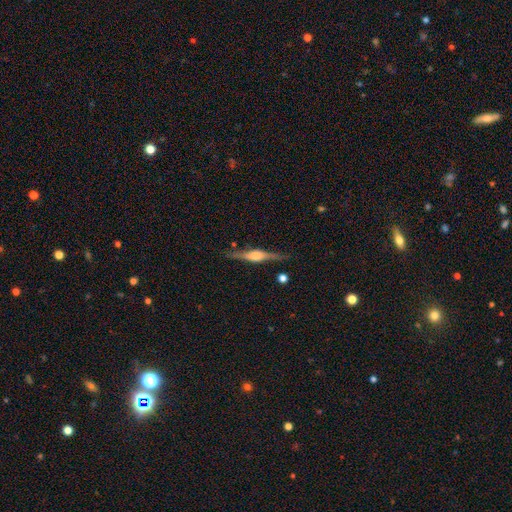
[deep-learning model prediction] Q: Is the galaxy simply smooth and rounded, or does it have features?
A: featured or disk — 80%.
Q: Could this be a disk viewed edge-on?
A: yes — 97%.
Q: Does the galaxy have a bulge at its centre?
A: rounded — 80%.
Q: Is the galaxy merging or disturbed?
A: none — 85%.